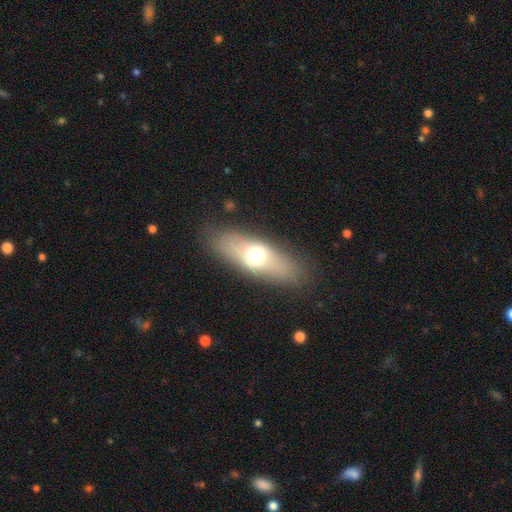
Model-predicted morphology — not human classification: Smooth or featured? Predicted: smooth (p=0.57). How rounded? Predicted: in between (p=0.68). Merging? Predicted: none (p=0.82).